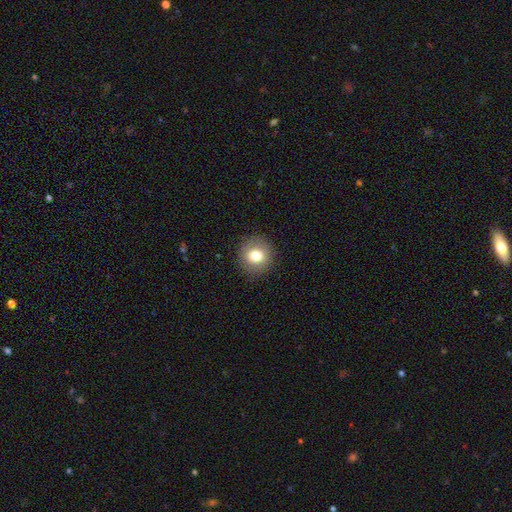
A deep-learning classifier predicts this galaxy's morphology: type=smooth (77%); roundness=round (90%); merging=none (90%).